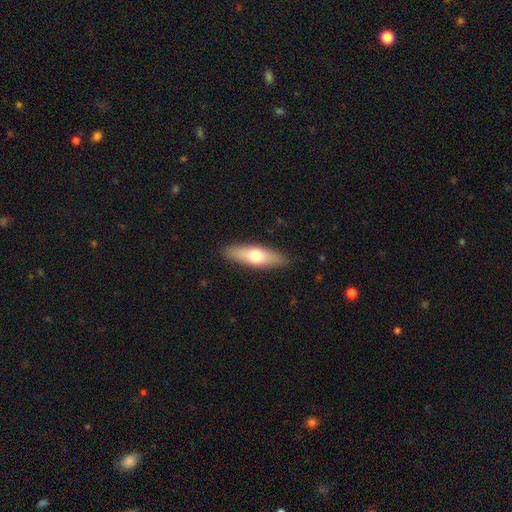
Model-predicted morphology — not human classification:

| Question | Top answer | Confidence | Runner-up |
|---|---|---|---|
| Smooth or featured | smooth | 62% | featured or disk (32%) |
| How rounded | cigar-shaped | 53% | in between (45%) |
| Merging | none | 88% | minor disturbance (9%) |